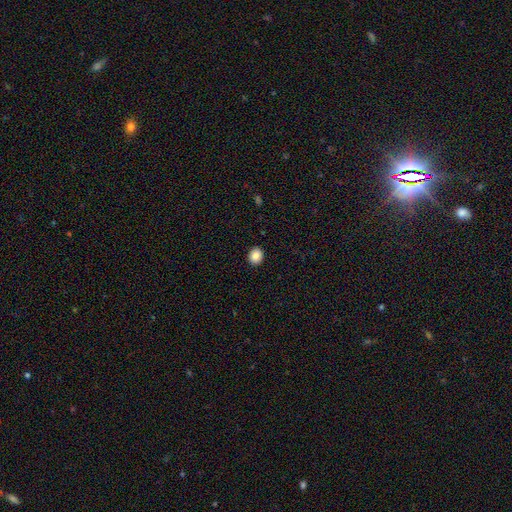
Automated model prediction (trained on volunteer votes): This is clearly a smooth galaxy (87%). How rounded: likely round (66%). Merging: clearly none (92%).